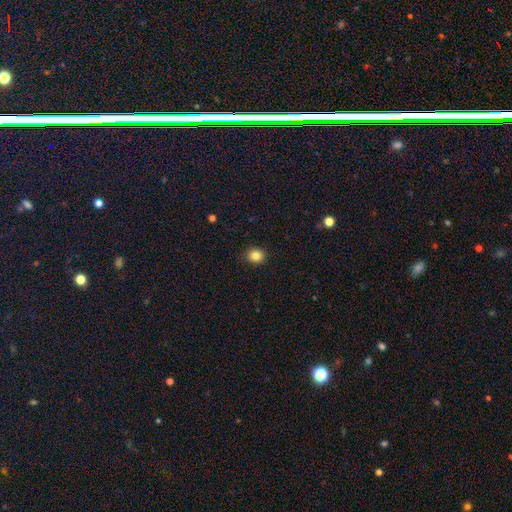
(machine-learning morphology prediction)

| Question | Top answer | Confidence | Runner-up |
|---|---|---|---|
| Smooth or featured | smooth | 84% | star or artifact (11%) |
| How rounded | round | 77% | in between (22%) |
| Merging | none | 89% | minor disturbance (8%) |